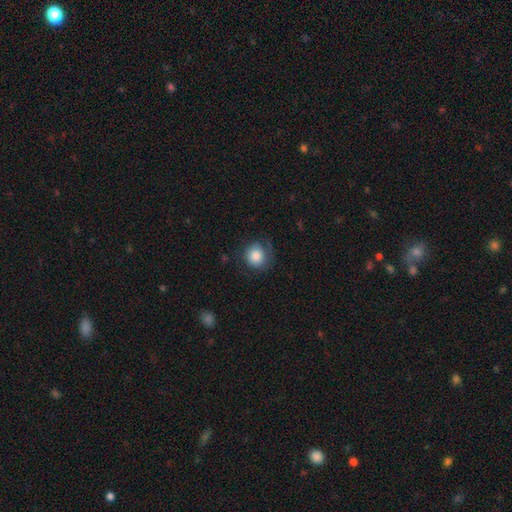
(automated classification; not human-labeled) This is clearly a smooth galaxy (81%). How rounded: clearly round (85%). Merging: likely none (65%).